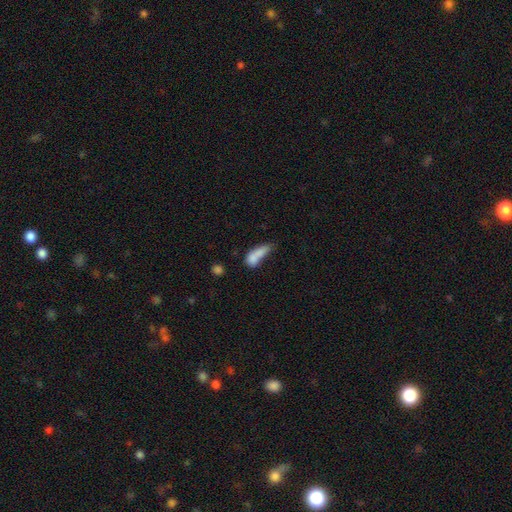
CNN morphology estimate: Smooth or featured? Predicted: smooth (p=0.74). How rounded? Predicted: in between (p=0.63). Merging? Predicted: merger (p=0.36).